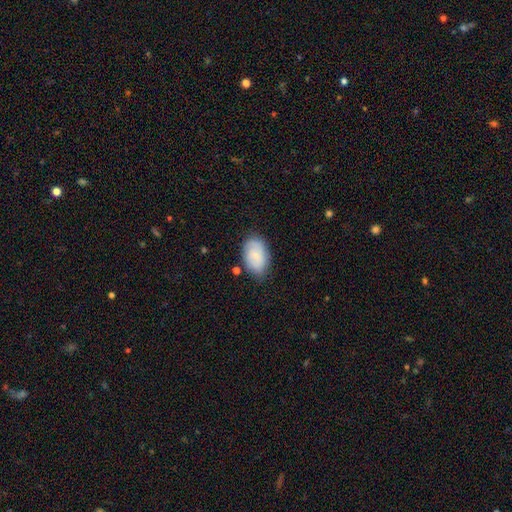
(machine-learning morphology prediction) Smooth or featured? smooth (76%)
How rounded? in between (92%)
Merging? none (73%)